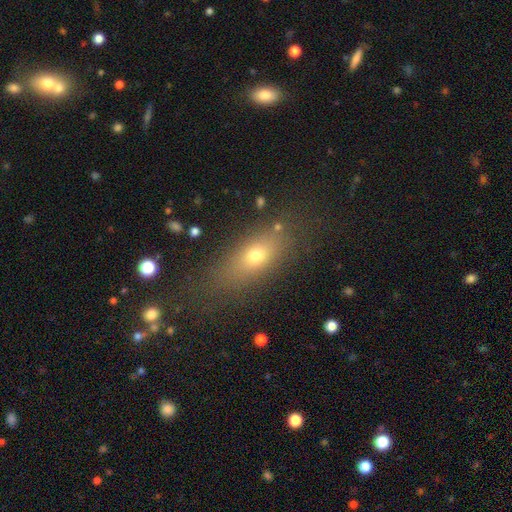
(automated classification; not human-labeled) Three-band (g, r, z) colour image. It shows a smooth galaxy with no disk features (68%) that is in between round and cigar-shaped (67%). Merging: none (77%).